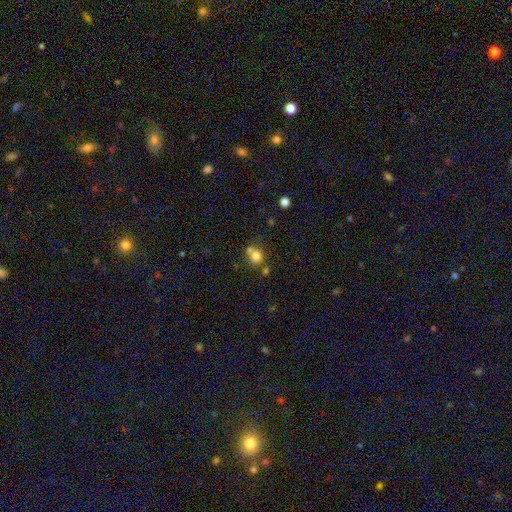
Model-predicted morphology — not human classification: Smooth or featured? Predicted: smooth (p=0.77). How rounded? Predicted: round (p=0.79). Merging? Predicted: none (p=0.48).